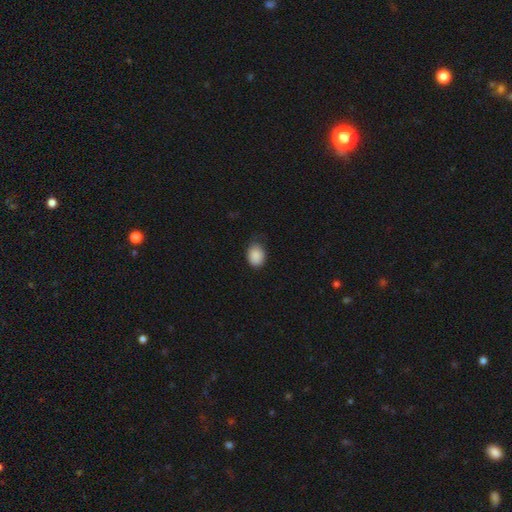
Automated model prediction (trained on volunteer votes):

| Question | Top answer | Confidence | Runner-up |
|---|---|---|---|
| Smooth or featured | smooth | 89% | star or artifact (8%) |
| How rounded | in between | 62% | round (37%) |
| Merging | none | 65% | minor disturbance (28%) |